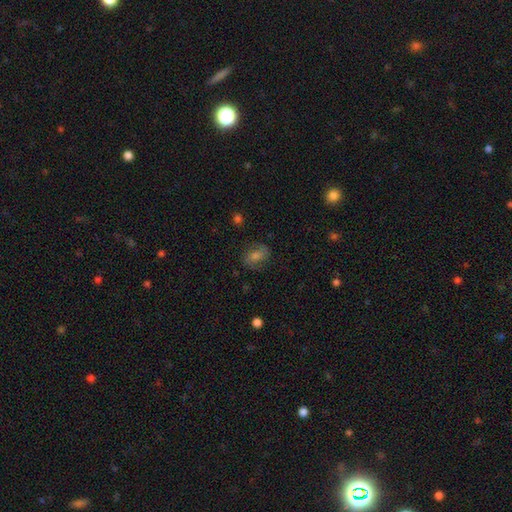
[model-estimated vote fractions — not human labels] A featured or disk galaxy (43%). Merging: none (79%).